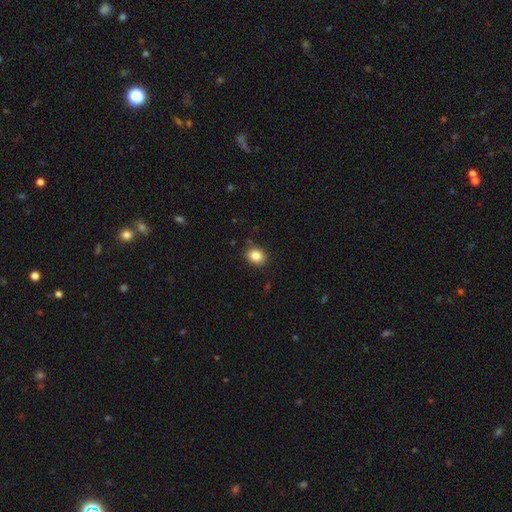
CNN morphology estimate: smooth 85%, star or artifact 9%, featured or disk 5%. Down the decision tree: how rounded — round (55%); merging — none (85%).